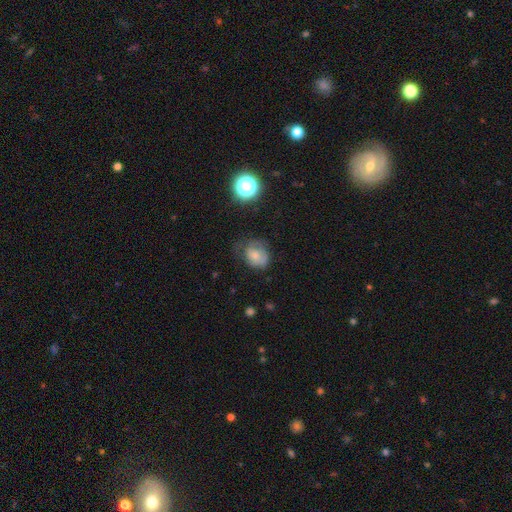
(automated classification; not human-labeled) A smooth galaxy with no disk features (66%) that is round (55%). Merging: none (44%).